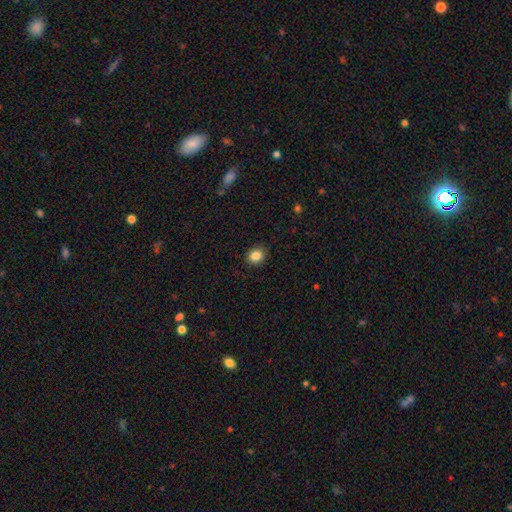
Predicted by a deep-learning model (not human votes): Smooth or featured? Predicted: smooth (p=0.85). How rounded? Predicted: round (p=0.63). Merging? Predicted: none (p=0.88).